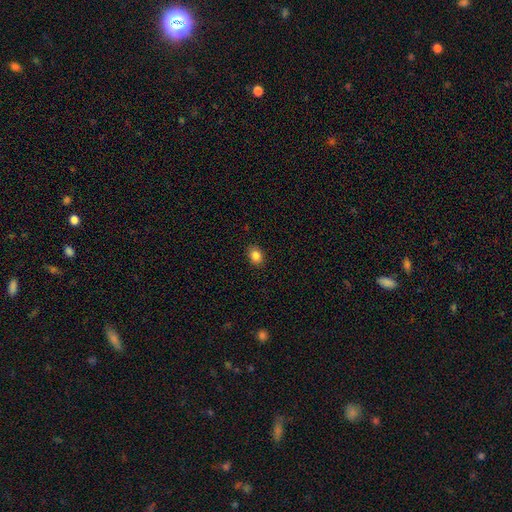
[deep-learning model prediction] Q: Smooth or featured?
A: smooth (86%); runner-up: star or artifact (10%)
Q: How rounded?
A: in between (61%); runner-up: round (38%)
Q: Merging?
A: none (89%); runner-up: minor disturbance (8%)